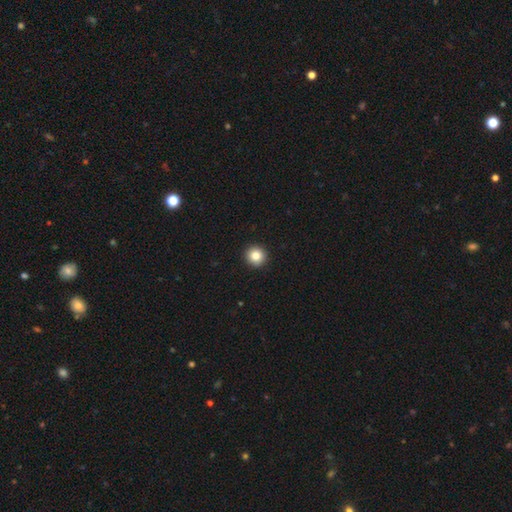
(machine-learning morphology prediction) Smooth or featured? smooth (84%)
How rounded? round (95%)
Merging? none (94%)